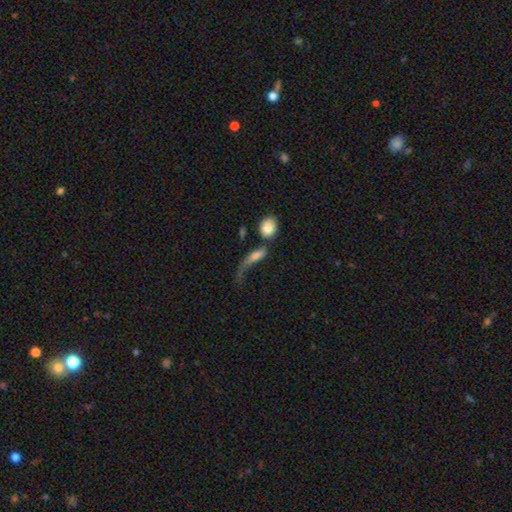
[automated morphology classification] A smooth galaxy with no disk features (61%) that is in between round and cigar-shaped (60%).

Vote fractions:
- Smooth or featured? smooth: 61% / featured or disk: 29% / star or artifact: 10%
- How rounded? in between: 60% / cigar-shaped: 26% / round: 14%
- Merging? major disturbance: 46% / none: 21% / merger: 19% / minor disturbance: 14%